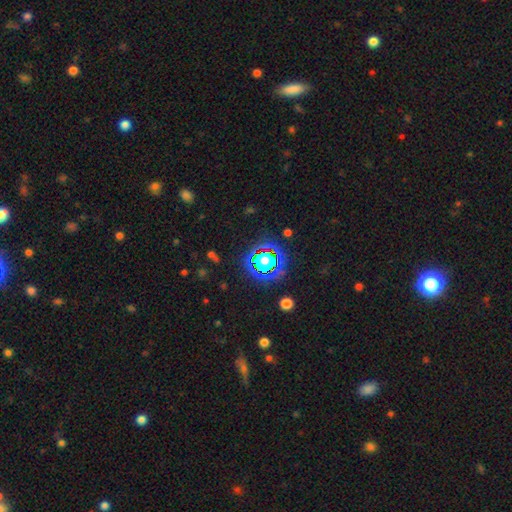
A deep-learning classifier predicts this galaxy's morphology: Smooth or featured: star or artifact — 63% (smooth — 25%)